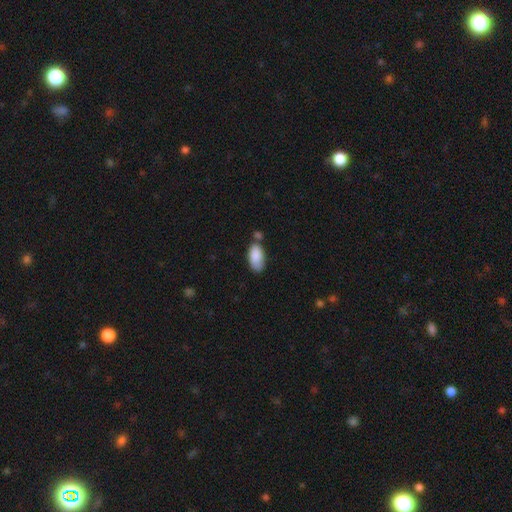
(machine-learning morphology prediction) Smooth or featured? smooth (86%)
How rounded? in between (93%)
Merging? none (57%)